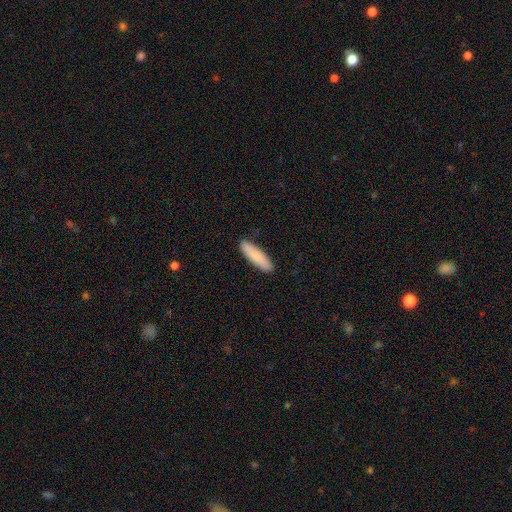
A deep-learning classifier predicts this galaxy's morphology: type=smooth (84%); roundness=cigar-shaped (65%); merging=none (89%).